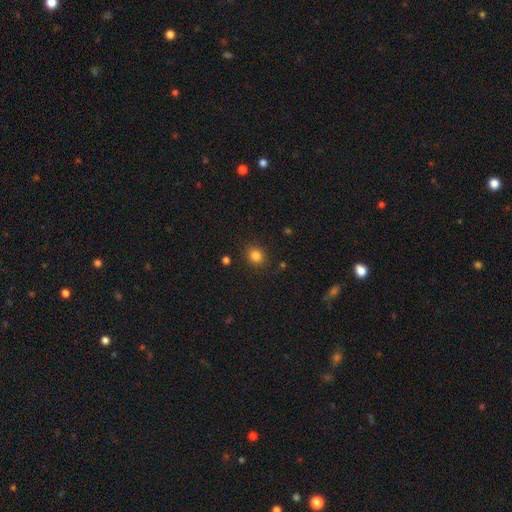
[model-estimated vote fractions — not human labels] smooth-or-featured: smooth: 83% | star or artifact: 12% | featured or disk: 5%
  how-rounded: round: 72% | in between: 27% | cigar-shaped: 1%
  merging: none: 86% | minor disturbance: 9% | major disturbance: 3% | merger: 2%